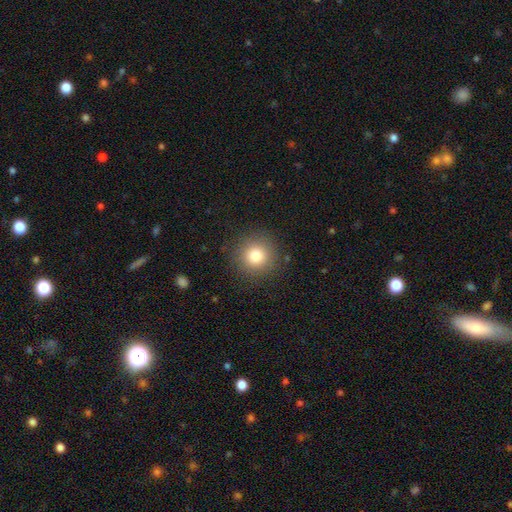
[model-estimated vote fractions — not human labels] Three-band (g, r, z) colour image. It shows a smooth galaxy with no disk features (80%) that is round (94%). Merging: none (90%).